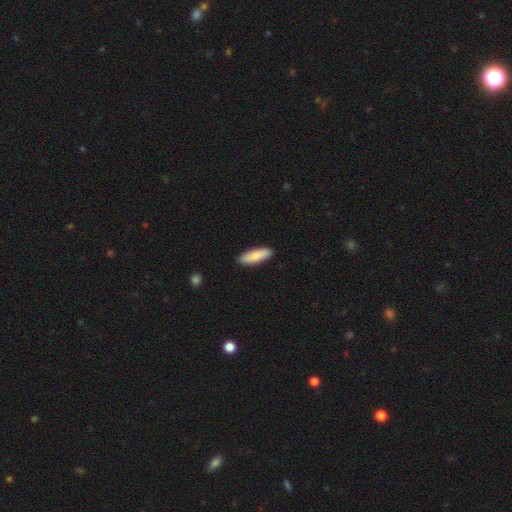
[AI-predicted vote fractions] Morphology: type=smooth (85%); roundness=in between (58%); merging=none (90%).